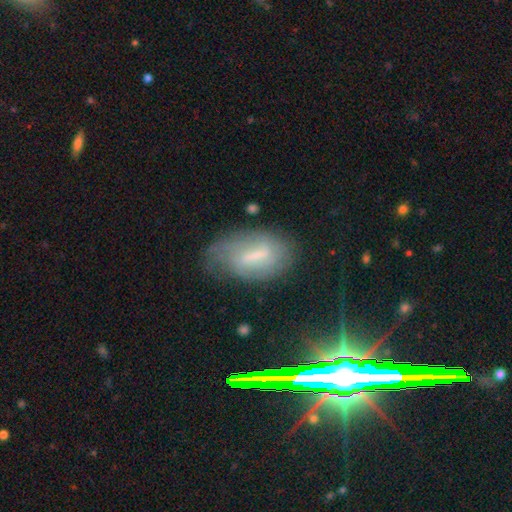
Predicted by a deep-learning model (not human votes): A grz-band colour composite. It shows a featured or disk galaxy (47%). Merging: none (54%).